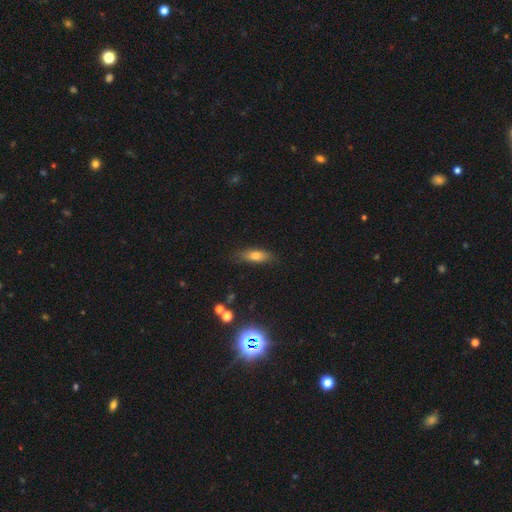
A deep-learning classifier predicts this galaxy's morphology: This appears to be a smooth galaxy with no disk features (71%) that is in between round and cigar-shaped (61%). Merging: none (80%).